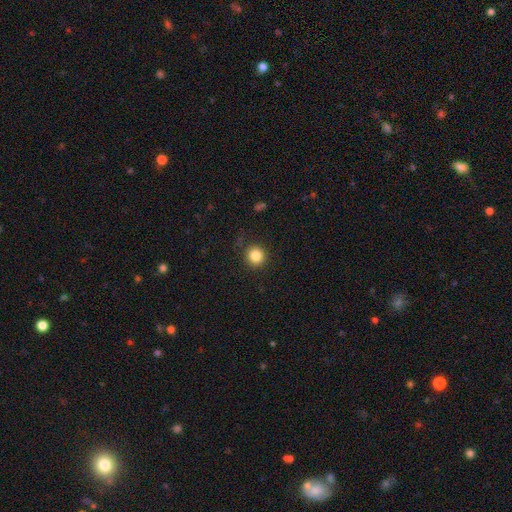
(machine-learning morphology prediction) Q: Smooth or featured?
A: smooth (84%); runner-up: star or artifact (11%)
Q: How rounded?
A: round (93%); runner-up: in between (6%)
Q: Merging?
A: none (88%); runner-up: minor disturbance (8%)